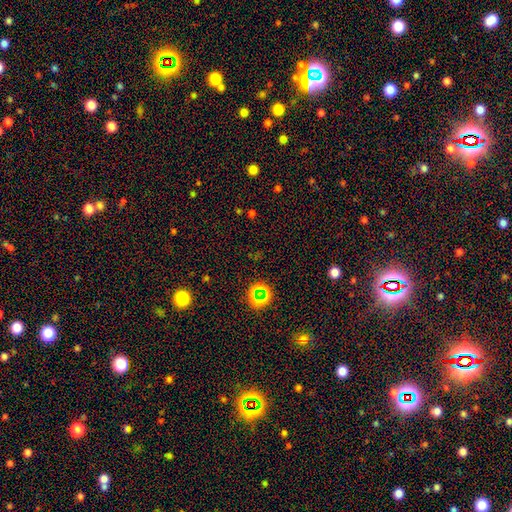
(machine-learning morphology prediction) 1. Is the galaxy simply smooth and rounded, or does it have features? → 69% star or artifact, 22% smooth, 9% featured or disk.